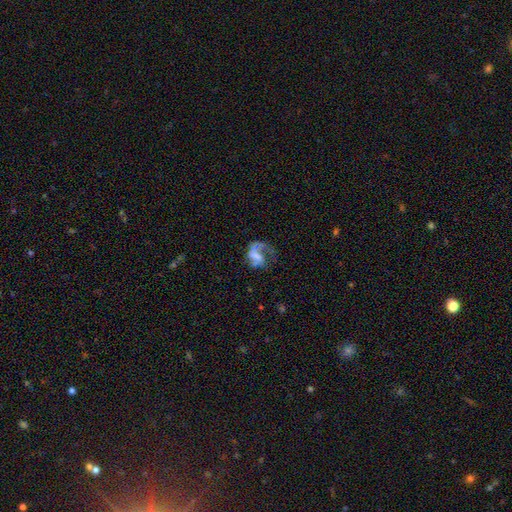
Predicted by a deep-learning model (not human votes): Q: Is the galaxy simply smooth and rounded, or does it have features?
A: featured or disk — 75%.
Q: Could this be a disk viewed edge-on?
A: no — 98%.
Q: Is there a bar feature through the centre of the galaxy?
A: weak — 44%.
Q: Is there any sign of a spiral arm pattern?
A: yes — 87%.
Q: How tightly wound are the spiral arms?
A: loose — 56%.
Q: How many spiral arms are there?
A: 1 — 53%.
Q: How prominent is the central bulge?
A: small — 40%.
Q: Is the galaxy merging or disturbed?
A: major disturbance — 43%.